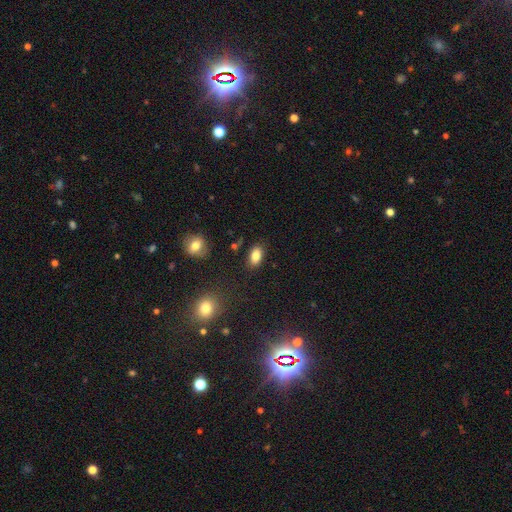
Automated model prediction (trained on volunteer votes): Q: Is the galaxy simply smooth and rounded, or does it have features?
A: smooth — 84%.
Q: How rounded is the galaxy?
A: in between — 90%.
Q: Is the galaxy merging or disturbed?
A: none — 85%.